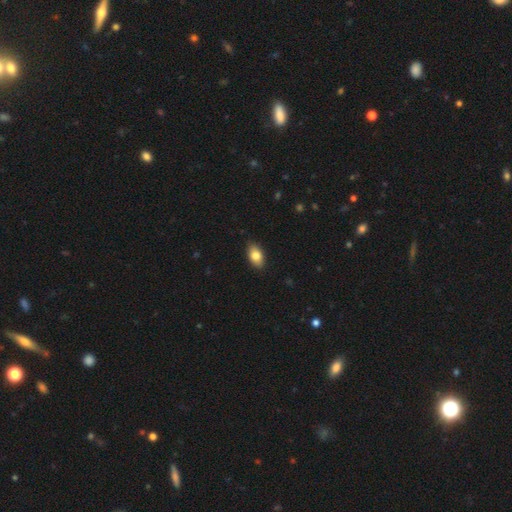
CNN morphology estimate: This appears to be a smooth galaxy with no disk features (81%) that is in between round and cigar-shaped (91%). Merging: none (88%).